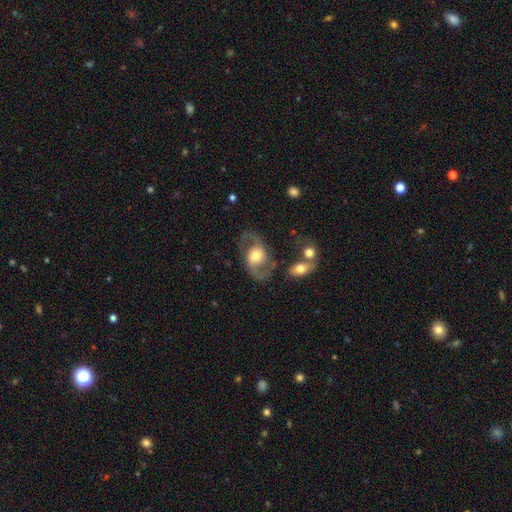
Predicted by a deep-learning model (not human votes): featured or disk 80%, smooth 14%, star or artifact 5%. Down the decision tree: edge-on disk — no (96%); bar — no (54%); spiral arms — yes (89%); spiral arm count — 2 (92%); spiral winding — medium (48%); bulge size — moderate (59%); merging — none (72%).